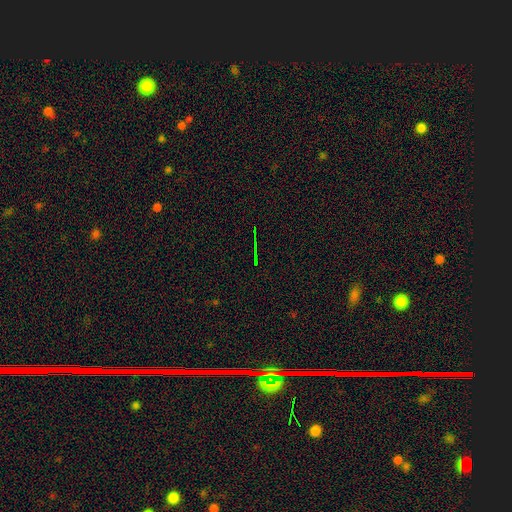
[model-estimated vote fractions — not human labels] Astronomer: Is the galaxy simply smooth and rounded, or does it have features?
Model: star or artifact — 75%.